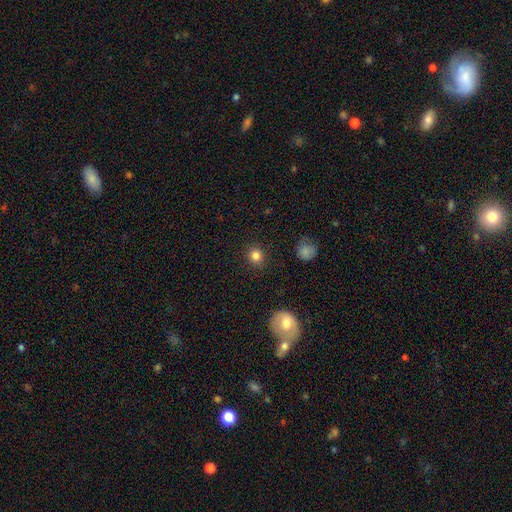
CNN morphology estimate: Smooth or featured: smooth — 83% (star or artifact — 12%)
How rounded: round — 89% (in between — 10%)
Merging: none — 90% (minor disturbance — 7%)